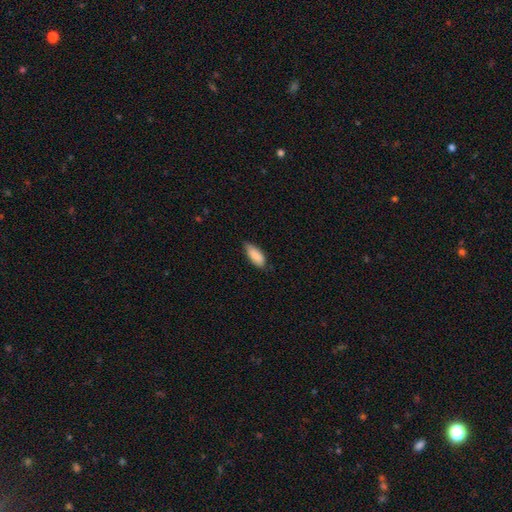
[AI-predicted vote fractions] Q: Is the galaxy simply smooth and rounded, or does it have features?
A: smooth — 87%.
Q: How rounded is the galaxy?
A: in between — 82%.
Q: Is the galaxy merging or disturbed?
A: none — 71%.